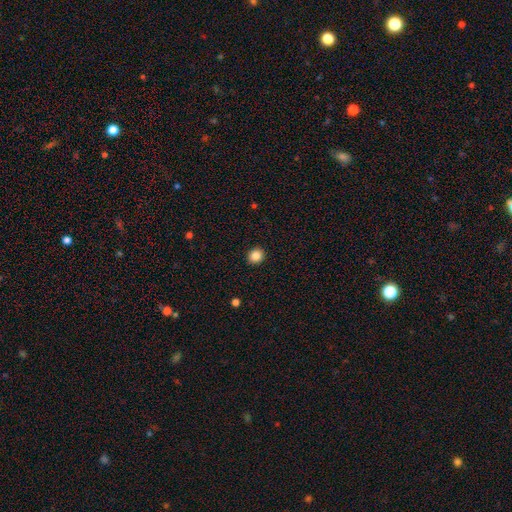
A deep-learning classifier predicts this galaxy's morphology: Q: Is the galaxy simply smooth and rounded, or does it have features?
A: smooth — 86%.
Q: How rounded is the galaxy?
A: round — 85%.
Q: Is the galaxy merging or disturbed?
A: none — 92%.